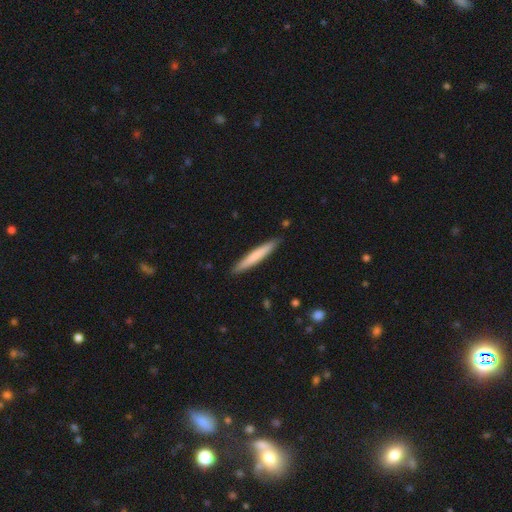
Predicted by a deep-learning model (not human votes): This is likely a smooth galaxy (71%). How rounded: clearly cigar-shaped (95%). Merging: clearly none (90%).